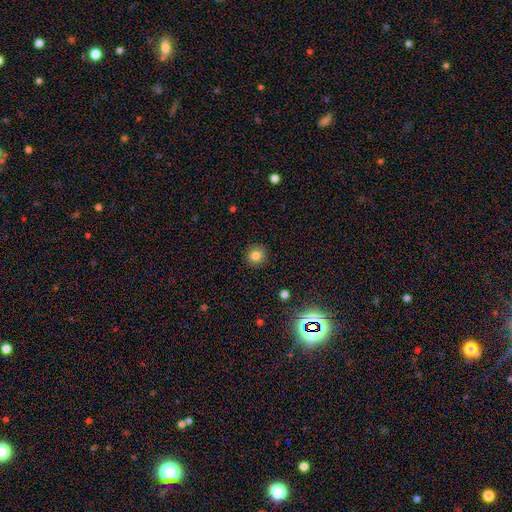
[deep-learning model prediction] A smooth galaxy with no disk features (81%) that is round (88%).

Vote fractions:
- Smooth or featured? smooth: 81% / star or artifact: 12% / featured or disk: 7%
- How rounded? round: 88% / in between: 11% / cigar-shaped: 1%
- Merging? none: 90% / minor disturbance: 7% / major disturbance: 2% / merger: 1%